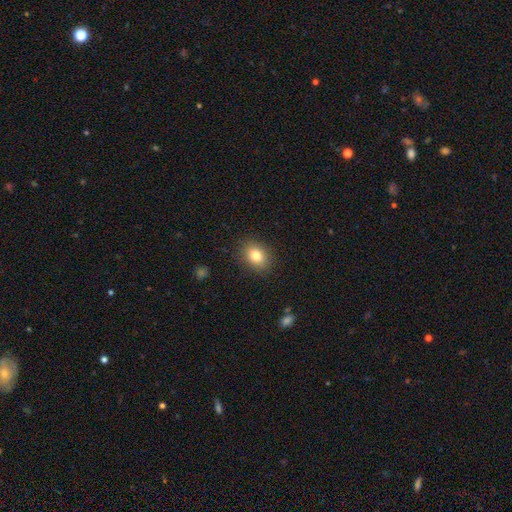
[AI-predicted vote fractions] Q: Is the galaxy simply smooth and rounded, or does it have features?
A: smooth — 81%.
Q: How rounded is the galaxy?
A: in between — 56%.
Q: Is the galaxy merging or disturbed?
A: none — 88%.